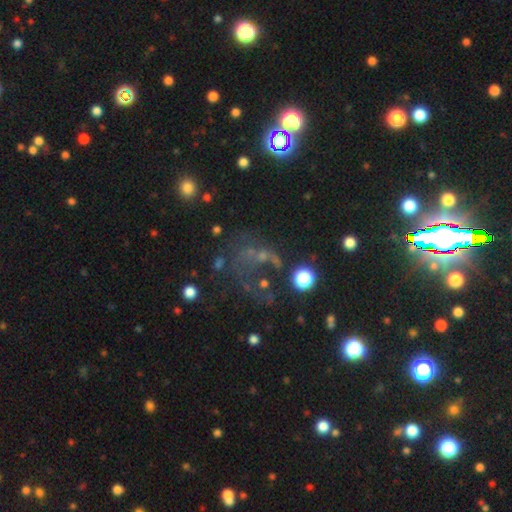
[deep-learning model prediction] star or artifact 43%, featured or disk 32%, smooth 26%.